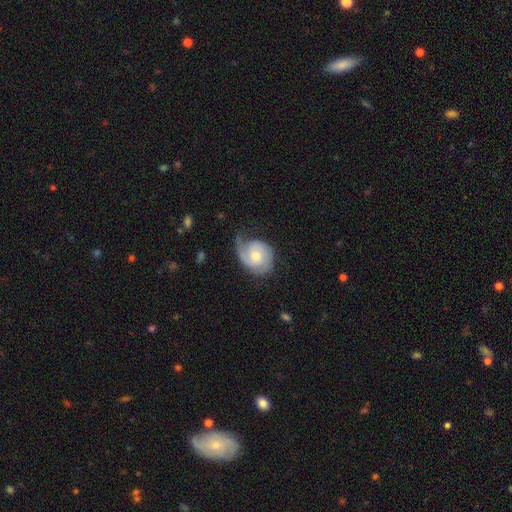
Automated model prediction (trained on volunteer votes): Overall: featured or disk (72%). Edge-on disk: no (97%). Bar: no (72%). Spiral arms: yes (92%). Spiral arm count: 2 (47%; 1 30%). Spiral winding: tight (44%; medium 37%). Bulge size: moderate (57%; small 38%). Merging: none (48%; minor disturbance 31%).